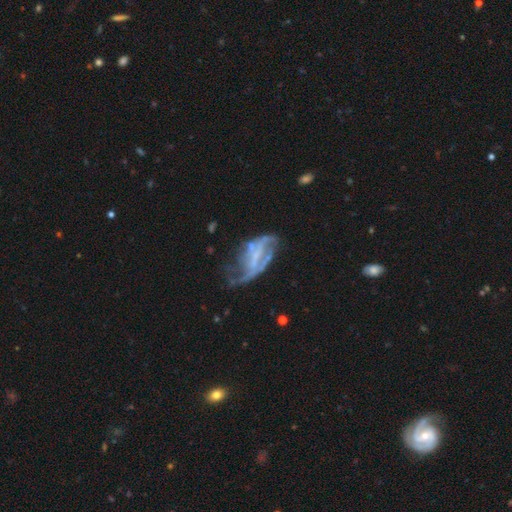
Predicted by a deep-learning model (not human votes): Overall: featured or disk (75%). Edge-on disk: no (94%). Bar: no (41%; weak 33%). Spiral arms: yes (62%; no 38%). Bulge size: none (57%; small 29%). Merging: major disturbance (41%; none 29%).